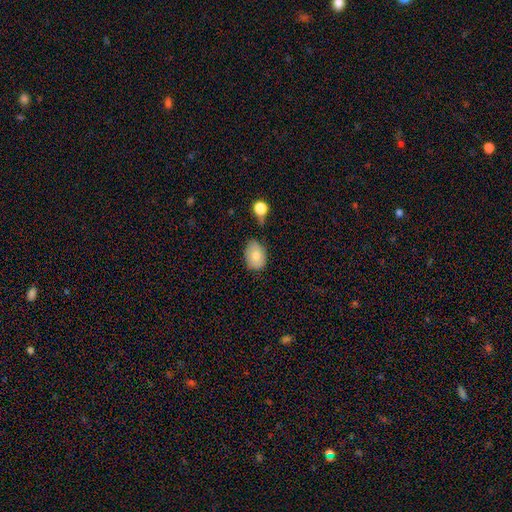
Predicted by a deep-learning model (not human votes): This appears to be a smooth galaxy with no disk features (79%) that is in between round and cigar-shaped (78%). Merging: none (63%).